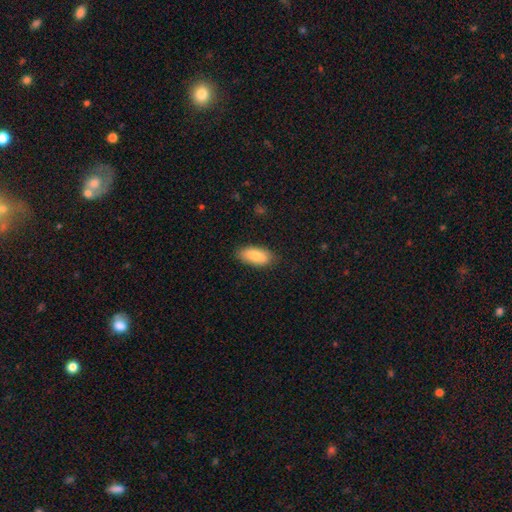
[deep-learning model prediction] This appears to be a smooth galaxy with no disk features (82%) that is in between round and cigar-shaped (89%). Merging: none (85%).